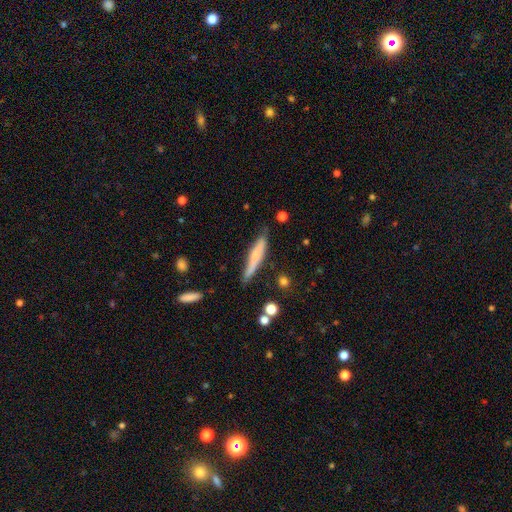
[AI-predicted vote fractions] This appears to be a smooth galaxy with no disk features (56%) that is cigar-shaped (89%). Merging: none (73%).